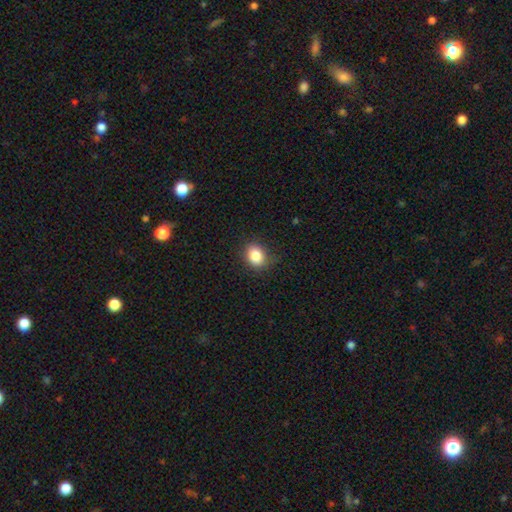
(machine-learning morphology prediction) This is clearly a smooth galaxy (84%). How rounded: possibly round (57%). Merging: likely none (80%).